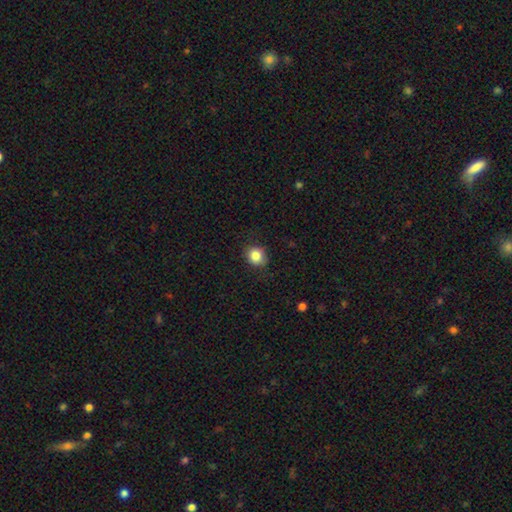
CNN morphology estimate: Q: Smooth or featured?
A: smooth (84%); runner-up: star or artifact (10%)
Q: How rounded?
A: round (75%); runner-up: in between (24%)
Q: Merging?
A: none (81%); runner-up: minor disturbance (15%)